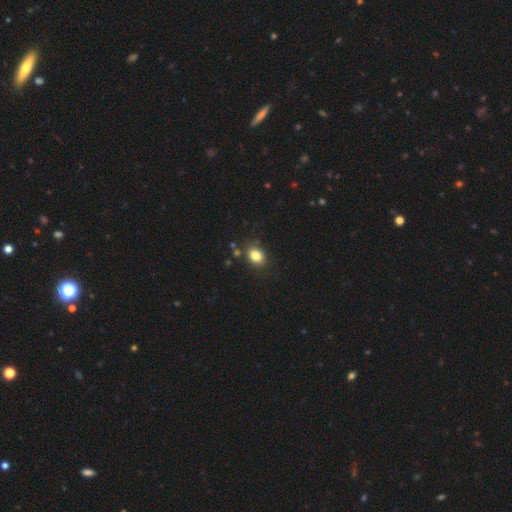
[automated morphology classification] Overall: smooth (83%). How rounded: in between (62%; round 37%). Merging: none (82%).